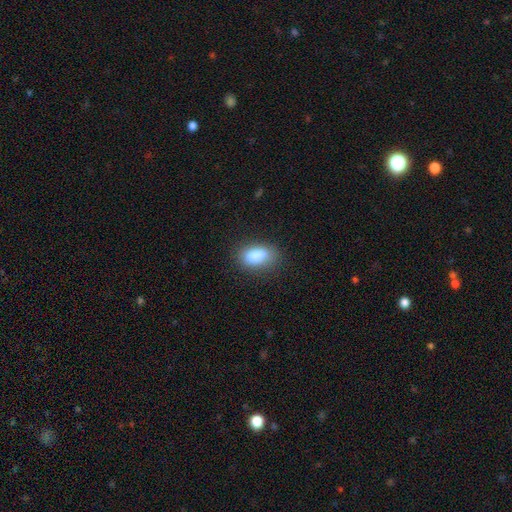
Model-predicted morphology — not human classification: A smooth galaxy with no disk features (85%) that is in between round and cigar-shaped (88%).

Vote fractions:
- Smooth or featured? smooth: 85% / star or artifact: 8% / featured or disk: 7%
- How rounded? in between: 88% / round: 8% / cigar-shaped: 5%
- Merging? none: 78% / minor disturbance: 16% / major disturbance: 5% / merger: 1%